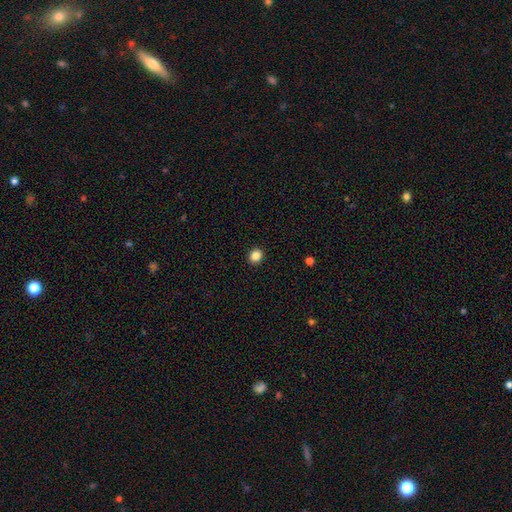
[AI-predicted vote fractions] smooth-or-featured: smooth: 85% | star or artifact: 11% | featured or disk: 4%
  how-rounded: round: 78% | in between: 21% | cigar-shaped: 1%
  merging: none: 93% | minor disturbance: 5% | major disturbance: 2% | merger: 1%